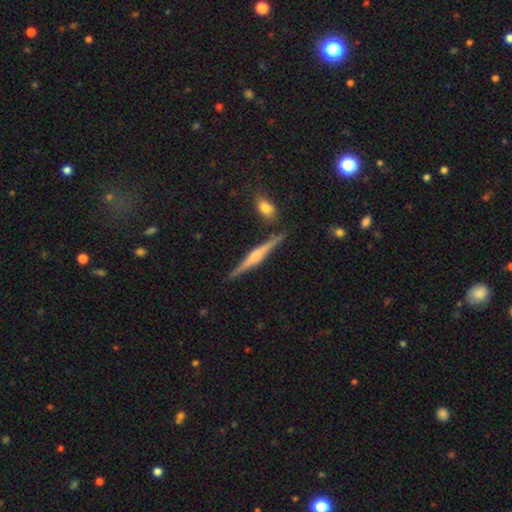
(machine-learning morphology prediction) Smooth or featured: featured or disk — 75% (smooth — 19%)
Edge-on disk: yes — 98% (no — 2%)
Edge-on bulge: rounded — 75% (boxy — 14%)
Merging: none — 86% (minor disturbance — 8%)